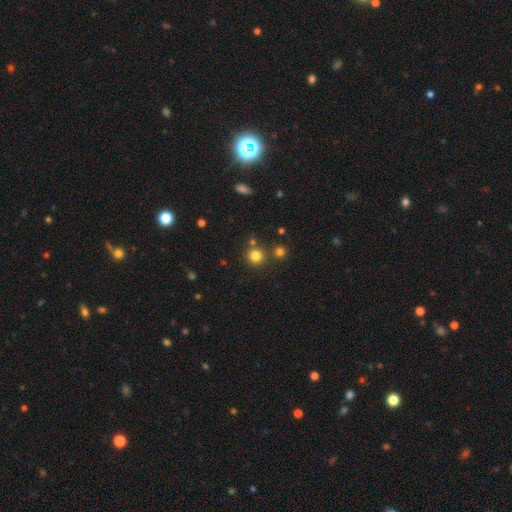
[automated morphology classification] type=smooth (80%); roundness=round (93%); merging=none (80%).